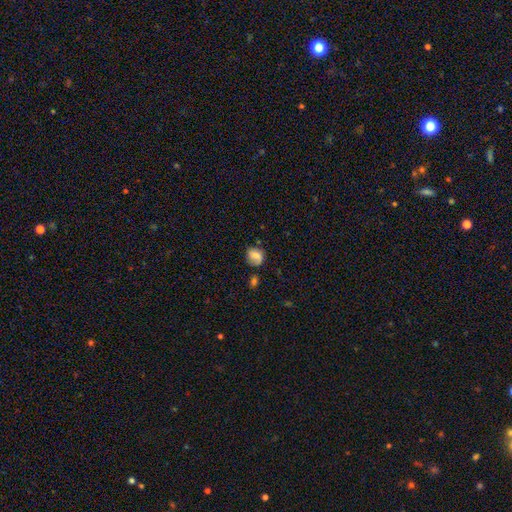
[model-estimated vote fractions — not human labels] Smooth or featured? smooth (67%)
How rounded? round (63%)
Merging? none (55%)